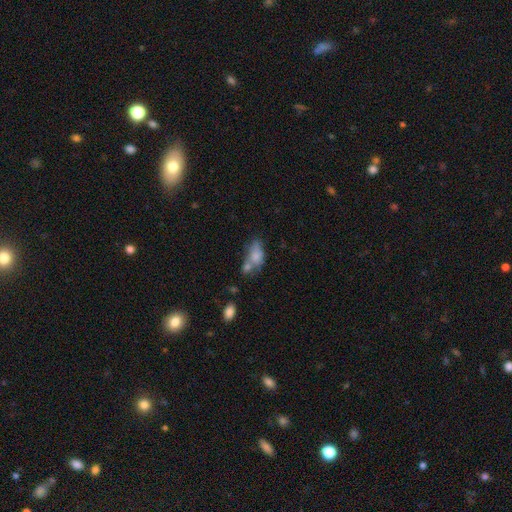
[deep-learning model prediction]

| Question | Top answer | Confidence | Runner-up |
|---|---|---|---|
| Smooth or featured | smooth | 71% | featured or disk (19%) |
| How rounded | in between | 84% | round (10%) |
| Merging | merger | 40% | none (28%) |